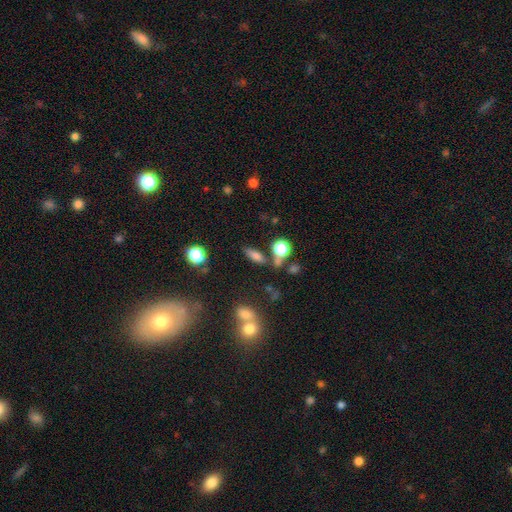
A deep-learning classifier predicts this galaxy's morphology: Smooth or featured?
  - smooth: 72% *
  - star or artifact: 14%
  - featured or disk: 14%
How rounded?
  - in between: 68% *
  - cigar-shaped: 23%
  - round: 9%
Merging?
  - none: 70% *
  - minor disturbance: 13%
  - merger: 12%
  - major disturbance: 5%